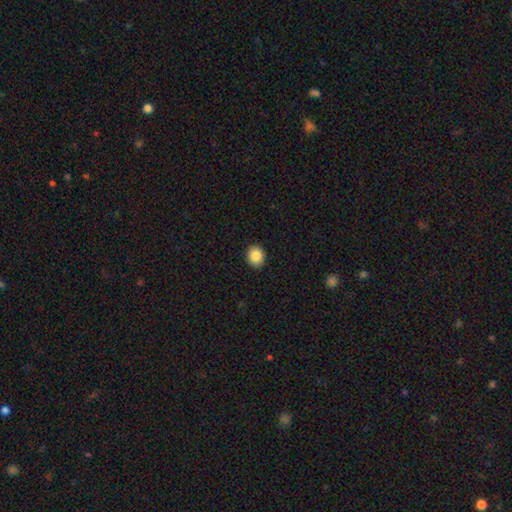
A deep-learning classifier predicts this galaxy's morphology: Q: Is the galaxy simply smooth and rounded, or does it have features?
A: smooth — 86%.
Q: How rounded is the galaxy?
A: round — 64%.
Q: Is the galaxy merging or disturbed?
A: none — 91%.